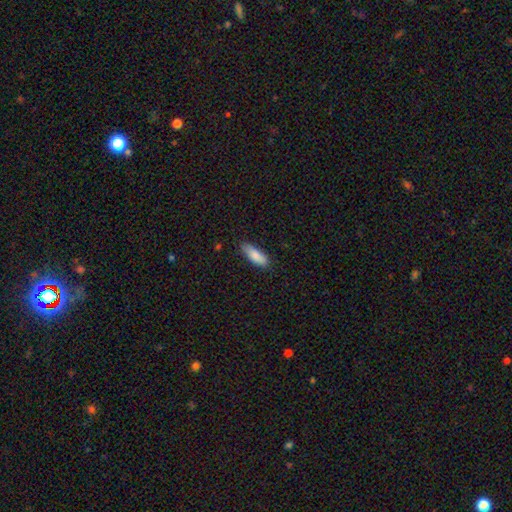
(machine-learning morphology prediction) smooth-or-featured: smooth: 84% | featured or disk: 10% | star or artifact: 6%
  how-rounded: in between: 63% | cigar-shaped: 35% | round: 2%
  merging: none: 79% | minor disturbance: 17% | major disturbance: 3% | merger: 1%